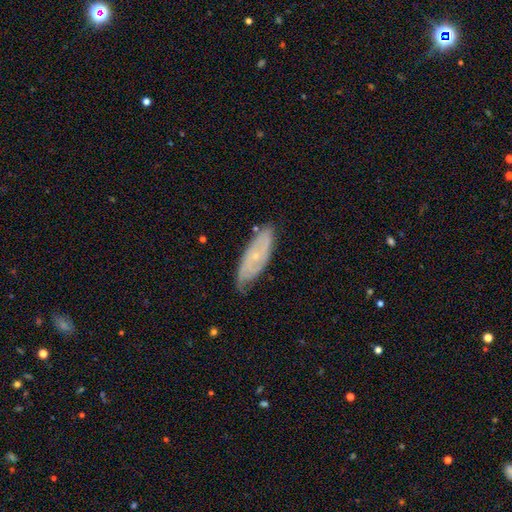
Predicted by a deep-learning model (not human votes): A featured or disk galaxy (66%) with no bar (76%), spiral arms (81%) and a small central bulge (78%).

Vote fractions:
- Smooth or featured? featured or disk: 66% / smooth: 27% / star or artifact: 7%
- Edge-on disk? no: 82% / yes: 18%
- Bar? no: 76% / weak: 20% / strong: 4%
- Spiral arms? yes: 81% / no: 19%
- Bulge size? small: 78% / moderate: 18% / none: 2% / large: 1% / dominant: 1%
- Merging? none: 69% / minor disturbance: 25% / major disturbance: 5% / merger: 2%